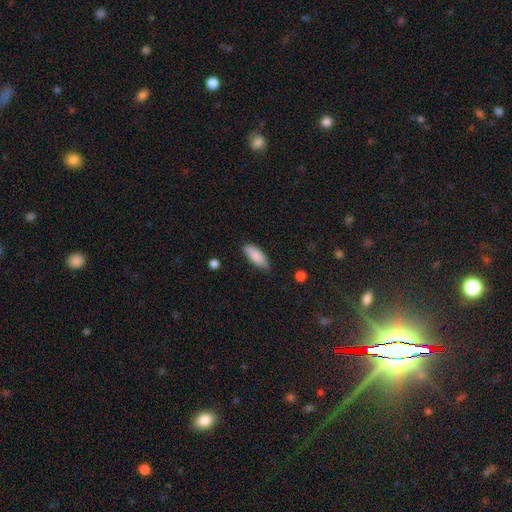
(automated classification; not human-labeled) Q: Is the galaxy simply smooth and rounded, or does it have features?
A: smooth — 87%.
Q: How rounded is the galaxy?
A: in between — 73%.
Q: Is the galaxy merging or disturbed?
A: none — 74%.